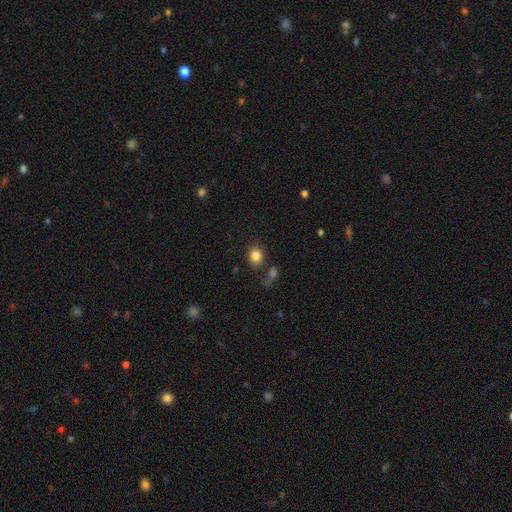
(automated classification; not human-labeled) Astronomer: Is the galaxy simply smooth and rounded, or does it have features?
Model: smooth — 84%.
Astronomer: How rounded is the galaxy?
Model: round — 72%.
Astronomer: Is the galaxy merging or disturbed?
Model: none — 78%.